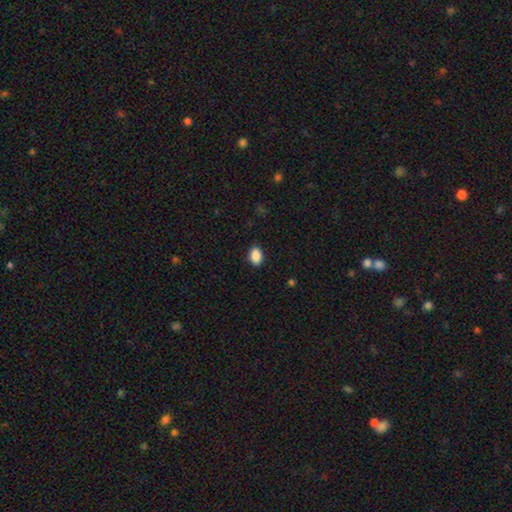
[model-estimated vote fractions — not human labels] Morphology: type=smooth (89%); roundness=in between (85%); merging=none (88%).